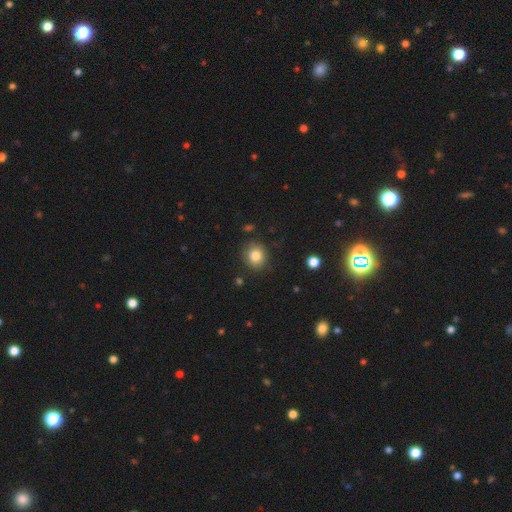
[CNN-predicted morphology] smooth 83%, star or artifact 10%, featured or disk 7%. Down the decision tree: how rounded — round (82%); merging — none (85%).